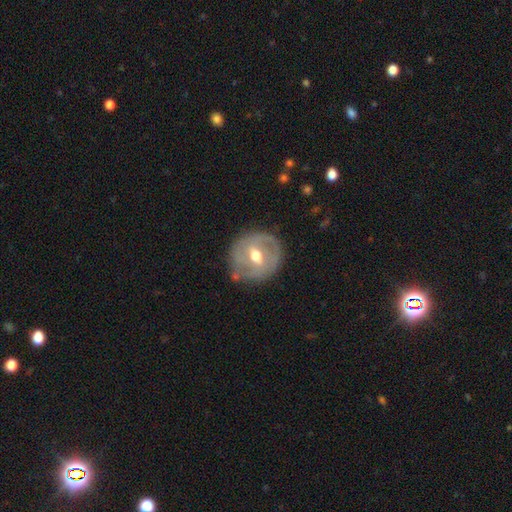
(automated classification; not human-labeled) The model was most divided on "spiral arms": yes: 55%, no: 45%. More confident: edge-on disk — no (95%); bulge size — moderate (78%); merging — none (75%); smooth or featured — featured or disk (68%); bar — weak (50%).